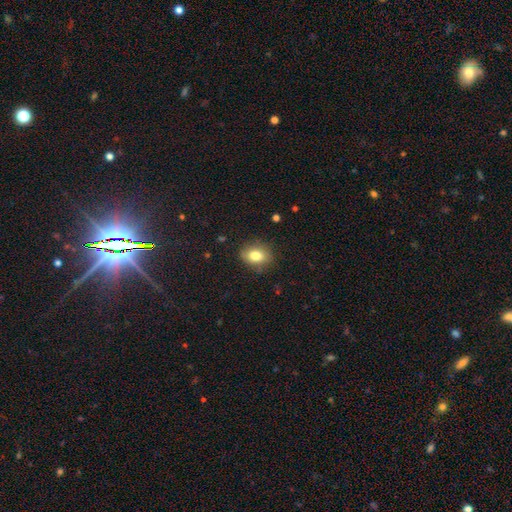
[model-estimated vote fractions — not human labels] Smooth or featured? smooth (81%)
How rounded? in between (63%)
Merging? none (83%)